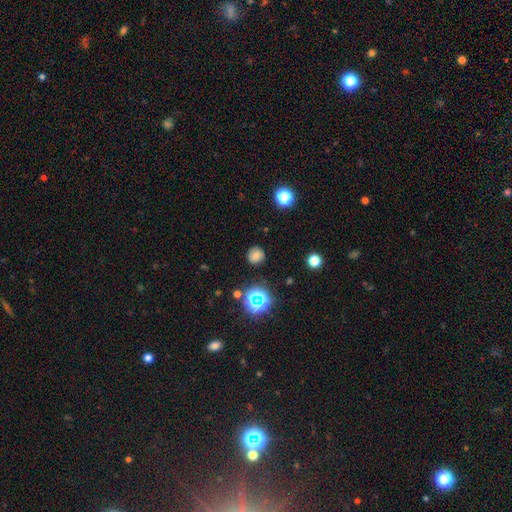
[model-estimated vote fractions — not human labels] Smooth or featured: smooth — 70% (star or artifact — 19%)
How rounded: round — 87% (in between — 12%)
Merging: none — 84% (minor disturbance — 11%)